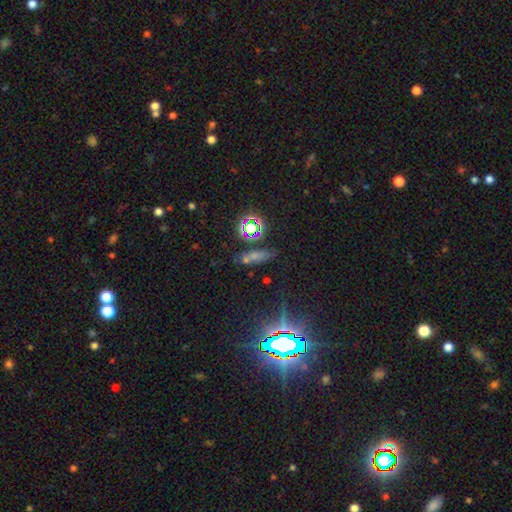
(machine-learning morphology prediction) smooth-or-featured: star or artifact: 56% | smooth: 28% | featured or disk: 16%